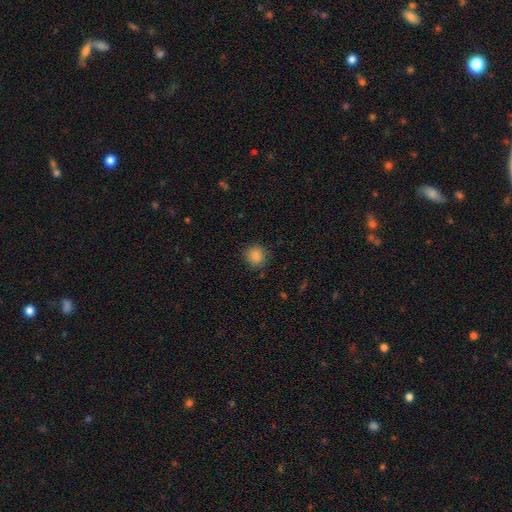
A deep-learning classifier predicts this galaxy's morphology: A smooth galaxy with no disk features (86%) that is round (91%).

Vote fractions:
- Smooth or featured? smooth: 86% / star or artifact: 10% / featured or disk: 4%
- How rounded? round: 91% / in between: 8% / cigar-shaped: 1%
- Merging? none: 87% / minor disturbance: 9% / major disturbance: 3% / merger: 1%